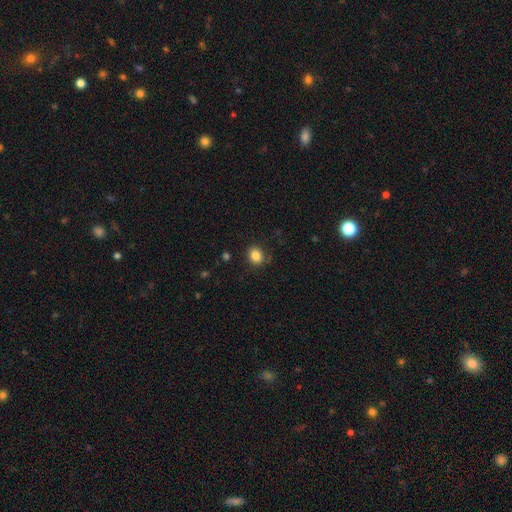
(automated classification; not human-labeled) A smooth galaxy with no disk features (85%) that is round (59%).

Vote fractions:
- Smooth or featured? smooth: 85% / star or artifact: 10% / featured or disk: 5%
- How rounded? round: 59% / in between: 40% / cigar-shaped: 1%
- Merging? none: 85% / minor disturbance: 11% / major disturbance: 3% / merger: 1%